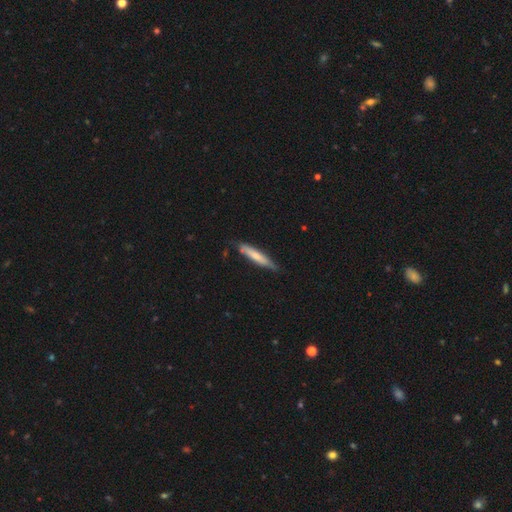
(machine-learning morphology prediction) Q: Smooth or featured?
A: smooth (67%); runner-up: featured or disk (28%)
Q: How rounded?
A: cigar-shaped (89%); runner-up: in between (9%)
Q: Merging?
A: none (73%); runner-up: minor disturbance (22%)